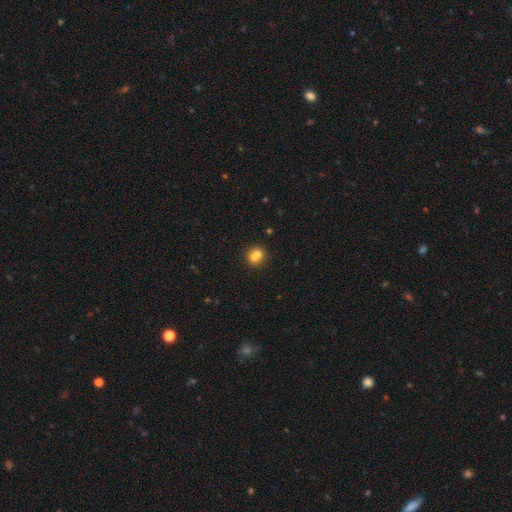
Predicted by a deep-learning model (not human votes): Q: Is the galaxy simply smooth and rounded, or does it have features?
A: smooth — 72%.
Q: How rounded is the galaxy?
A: round — 79%.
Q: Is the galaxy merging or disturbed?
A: merger — 48%.